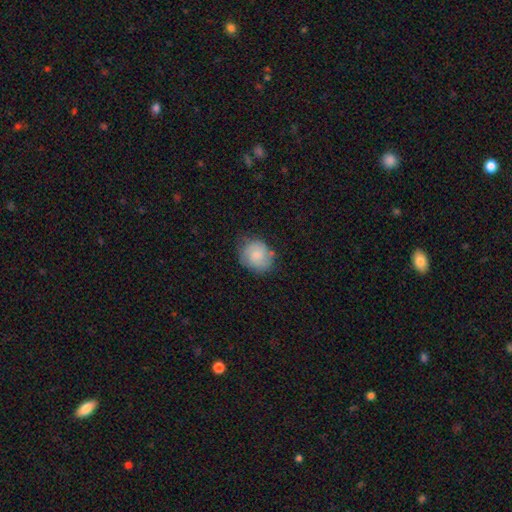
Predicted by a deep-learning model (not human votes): A smooth galaxy with no disk features (71%) that is round (71%).

Vote fractions:
- Smooth or featured? smooth: 71% / featured or disk: 22% / star or artifact: 7%
- How rounded? round: 71% / in between: 28% / cigar-shaped: 1%
- Merging? none: 68% / minor disturbance: 25% / major disturbance: 6% / merger: 2%